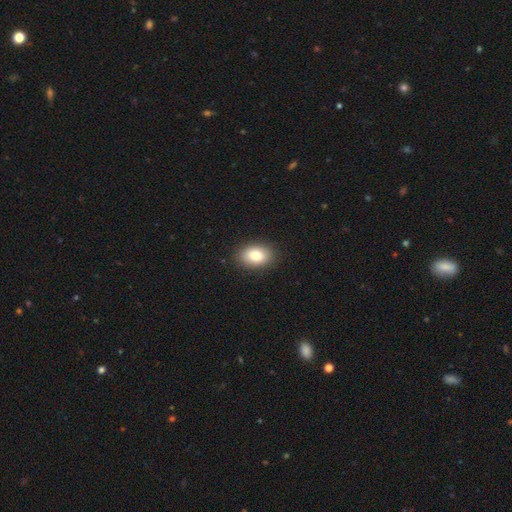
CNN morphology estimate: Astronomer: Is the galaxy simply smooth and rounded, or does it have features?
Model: smooth — 82%.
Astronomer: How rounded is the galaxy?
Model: in between — 81%.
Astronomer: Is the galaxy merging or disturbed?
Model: none — 88%.